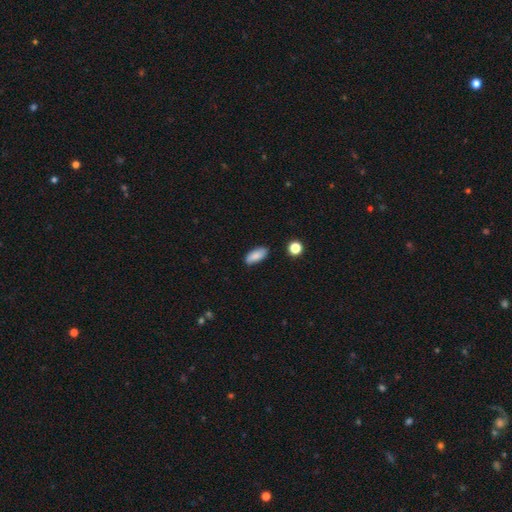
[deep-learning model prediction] Smooth or featured? smooth (86%)
How rounded? in between (85%)
Merging? none (85%)